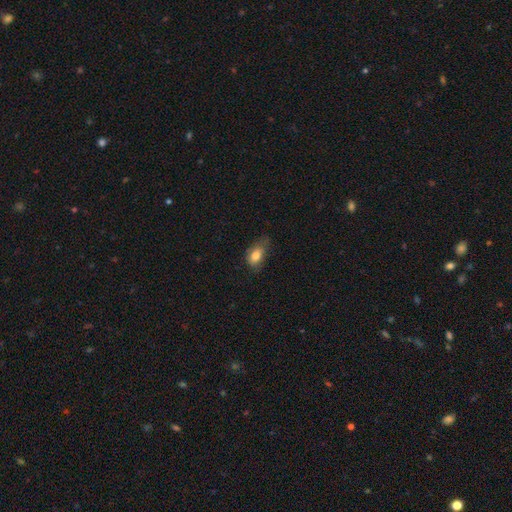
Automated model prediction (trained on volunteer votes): The model was most divided on "merging": none: 49%, minor disturbance: 35%, major disturbance: 14%, merger: 2%. More confident: how rounded — in between (86%); smooth or featured — smooth (80%).